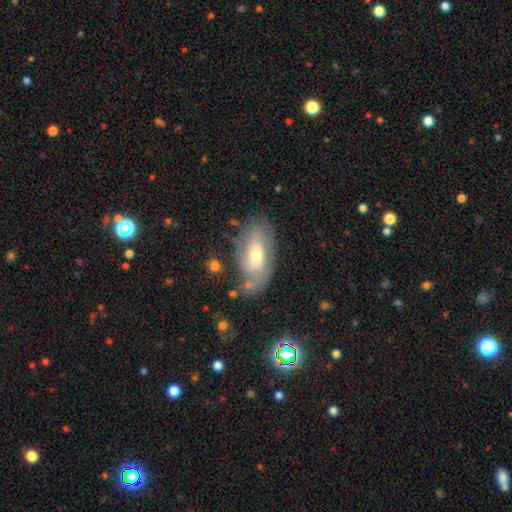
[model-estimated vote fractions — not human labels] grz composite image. It shows a featured or disk galaxy (74%) with no bar (54%), 2 (42%) tight (48%) spiral arms (89%) and a moderate central bulge (58%). Merging: none (63%).